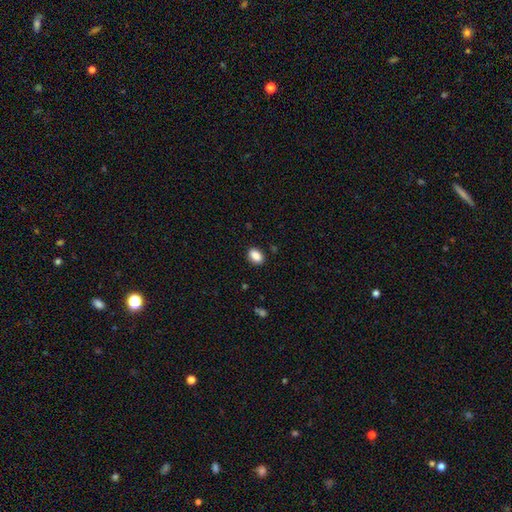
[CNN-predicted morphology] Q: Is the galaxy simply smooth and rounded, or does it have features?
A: smooth — 88%.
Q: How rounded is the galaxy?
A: in between — 83%.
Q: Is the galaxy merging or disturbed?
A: none — 88%.